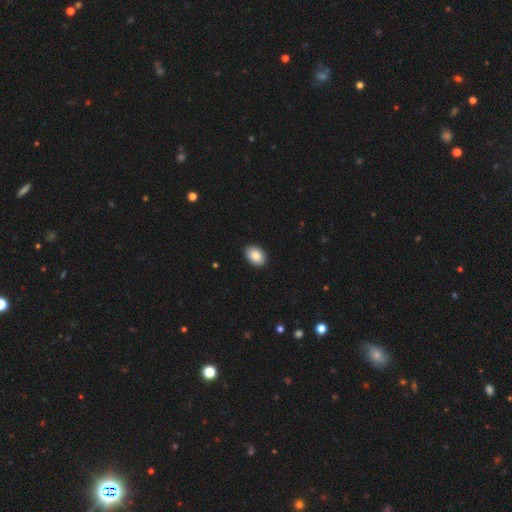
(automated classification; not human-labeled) Smooth or featured: smooth — 87% (star or artifact — 7%)
How rounded: in between — 87% (round — 12%)
Merging: none — 90% (minor disturbance — 7%)